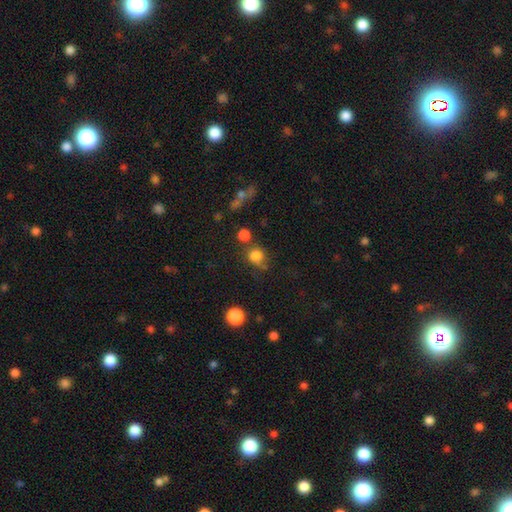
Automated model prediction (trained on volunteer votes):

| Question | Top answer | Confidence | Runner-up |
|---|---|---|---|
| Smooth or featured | smooth | 78% | star or artifact (15%) |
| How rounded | round | 85% | in between (14%) |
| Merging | none | 59% | merger (17%) |